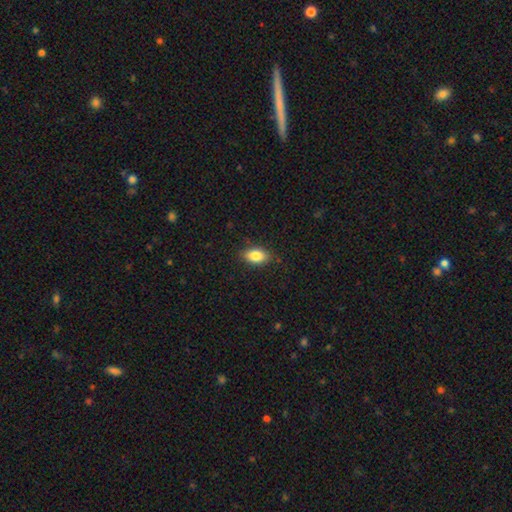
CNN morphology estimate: Smooth or featured? smooth (84%)
How rounded? in between (89%)
Merging? none (85%)